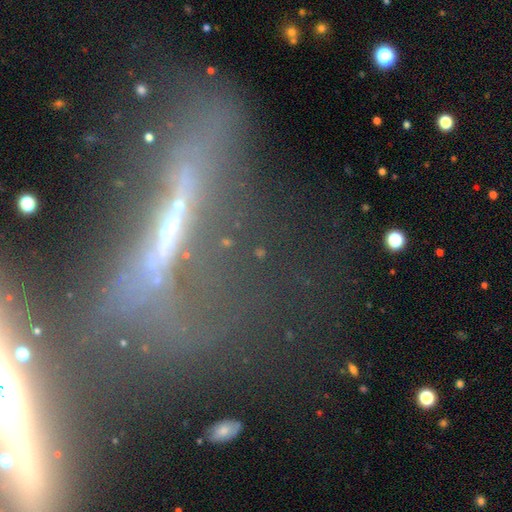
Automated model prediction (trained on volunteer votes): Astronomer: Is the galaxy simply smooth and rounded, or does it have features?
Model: featured or disk — 55%.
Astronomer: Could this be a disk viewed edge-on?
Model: yes — 58% (runner-up: no, 42%).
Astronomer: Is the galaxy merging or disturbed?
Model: none — 31% (runner-up: major disturbance, 28%).